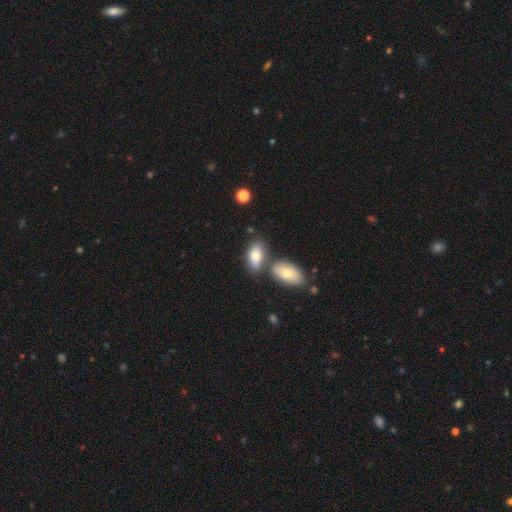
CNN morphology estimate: Q: Smooth or featured?
A: smooth (77%); runner-up: featured or disk (16%)
Q: How rounded?
A: in between (91%); runner-up: cigar-shaped (5%)
Q: Merging?
A: none (56%); runner-up: merger (28%)